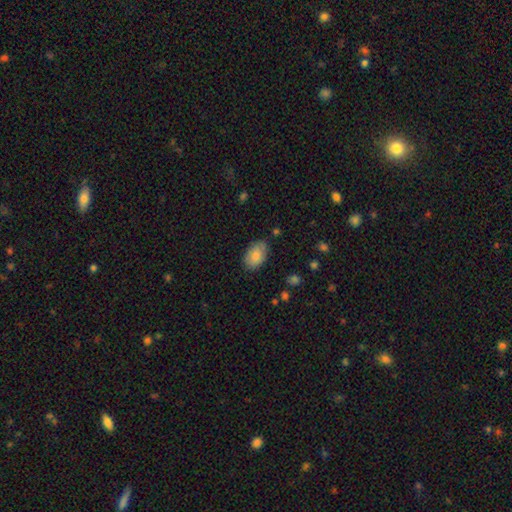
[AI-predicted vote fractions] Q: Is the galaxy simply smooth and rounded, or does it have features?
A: smooth — 83%.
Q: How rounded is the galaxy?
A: in between — 90%.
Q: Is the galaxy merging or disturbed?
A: none — 80%.